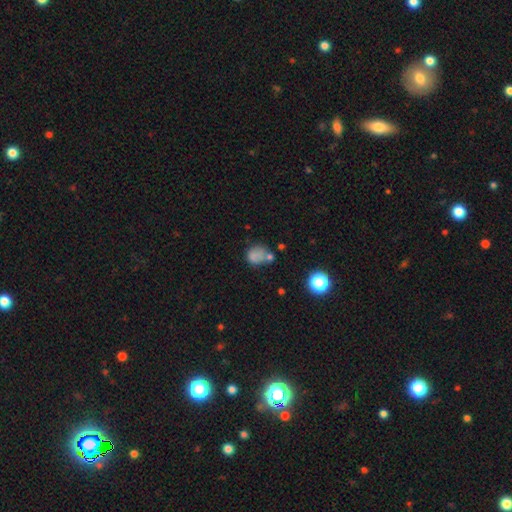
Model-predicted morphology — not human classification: Smooth or featured?
  - smooth: 73% *
  - star or artifact: 14%
  - featured or disk: 13%
How rounded?
  - round: 64% *
  - in between: 35%
  - cigar-shaped: 1%
Merging?
  - none: 44% *
  - minor disturbance: 22%
  - merger: 22%
  - major disturbance: 12%